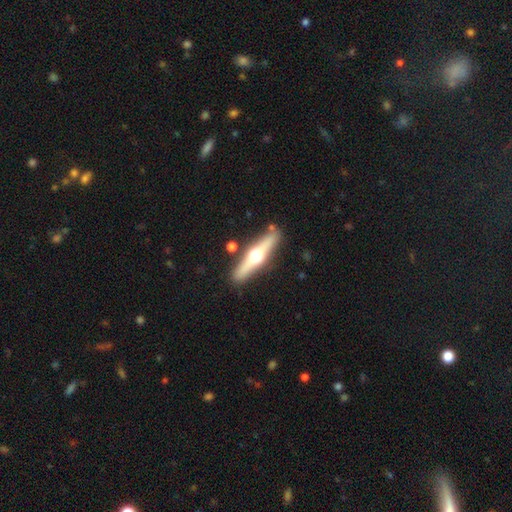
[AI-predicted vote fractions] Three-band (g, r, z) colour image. It shows a featured or disk galaxy (66%) viewed edge-on (95%) with a rounded central bulge (96%). Merging: none (85%).